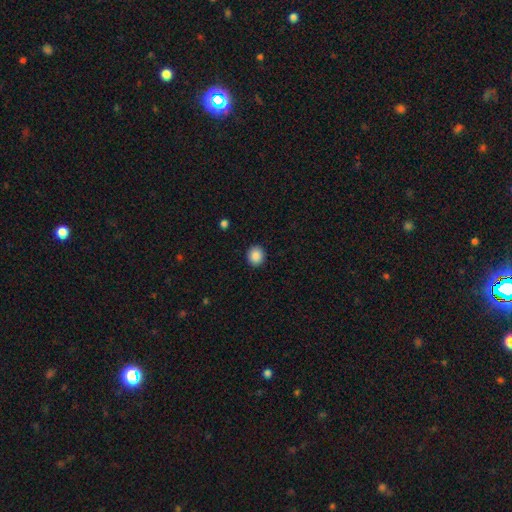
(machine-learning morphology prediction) A smooth galaxy with no disk features (88%) that is round (81%).

Vote fractions:
- Smooth or featured? smooth: 88% / star or artifact: 9% / featured or disk: 3%
- How rounded? round: 81% / in between: 18% / cigar-shaped: 1%
- Merging? none: 91% / minor disturbance: 6% / major disturbance: 2% / merger: 1%